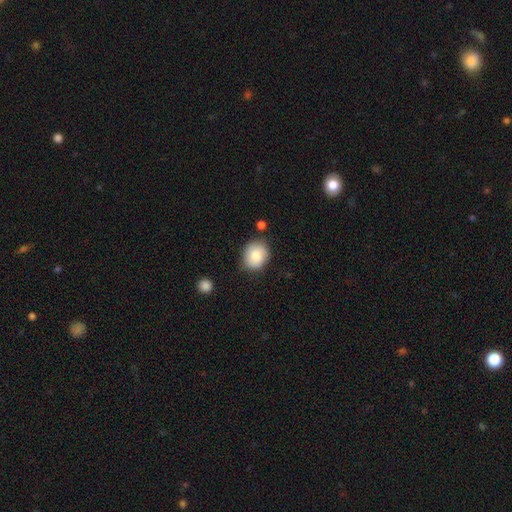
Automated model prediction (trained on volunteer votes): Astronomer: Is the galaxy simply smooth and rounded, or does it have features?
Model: smooth — 80%.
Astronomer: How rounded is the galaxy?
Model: round — 65%.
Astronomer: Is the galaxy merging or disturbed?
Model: none — 72%.